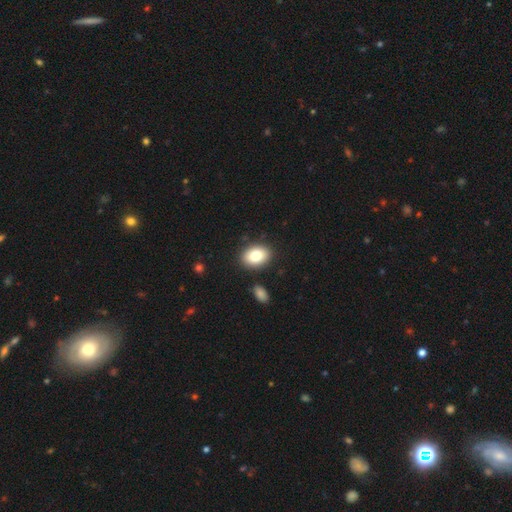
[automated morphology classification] smooth 82%, featured or disk 10%, star or artifact 8%. Down the decision tree: how rounded — in between (79%); merging — none (87%).